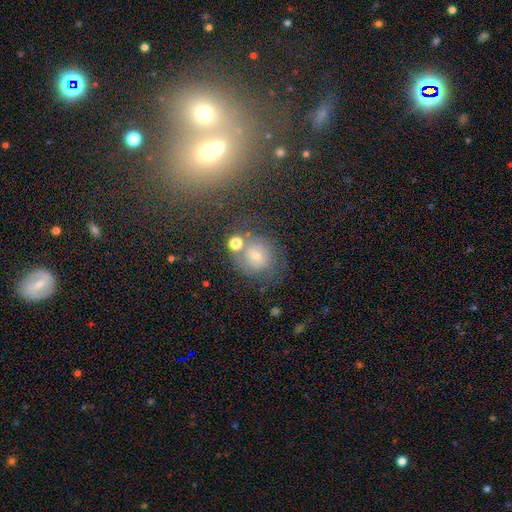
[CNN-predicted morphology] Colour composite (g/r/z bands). It shows a smooth galaxy with no disk features (44%). Merging: none (57%).